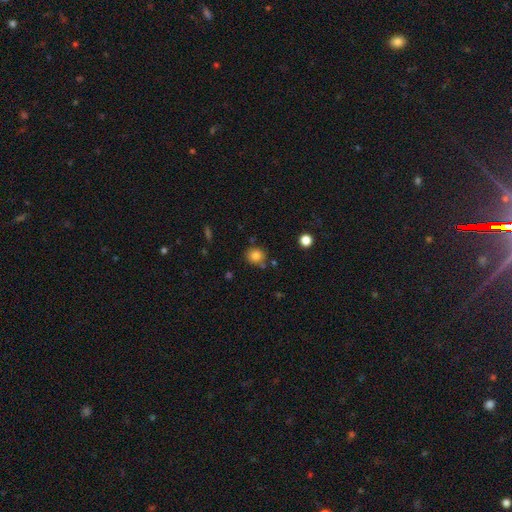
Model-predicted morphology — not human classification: This is clearly a smooth galaxy (82%). How rounded: clearly round (85%). Merging: likely none (76%).